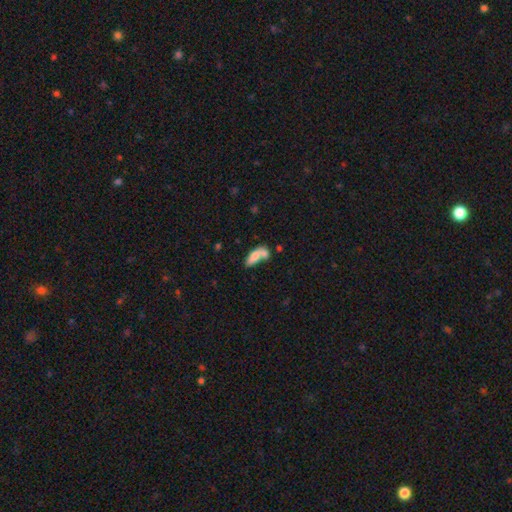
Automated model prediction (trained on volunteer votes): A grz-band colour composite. It shows a smooth galaxy with no disk features (72%) that is in between round and cigar-shaped (70%). Merging: merger (53%).